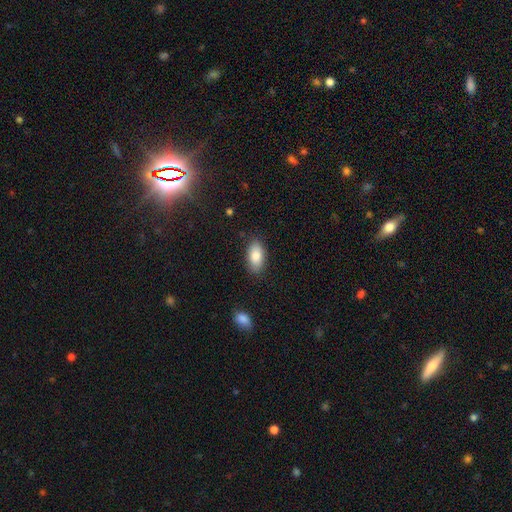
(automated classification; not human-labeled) Morphology: type=smooth (84%); roundness=in between (92%); merging=none (86%).